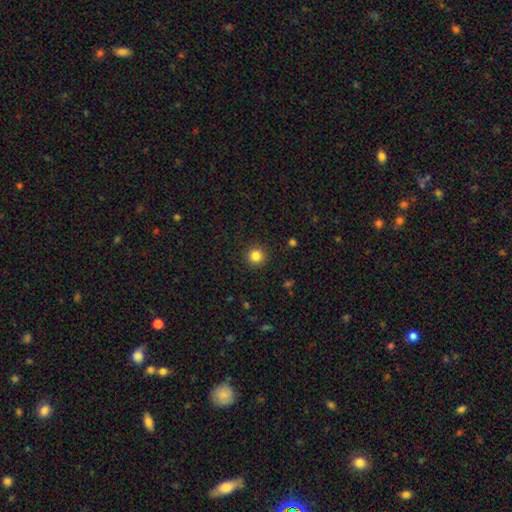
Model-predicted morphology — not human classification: This appears to be a smooth galaxy with no disk features (83%) that is round (94%). Merging: none (91%).